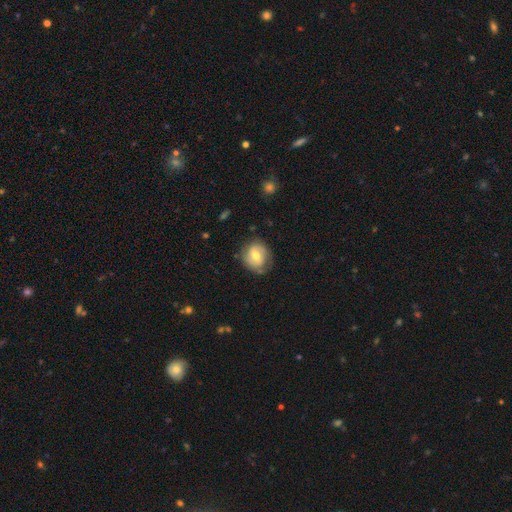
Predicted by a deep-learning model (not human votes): Overall: smooth (55%; featured or disk 37%). How rounded: round (71%). Merging: none (70%).